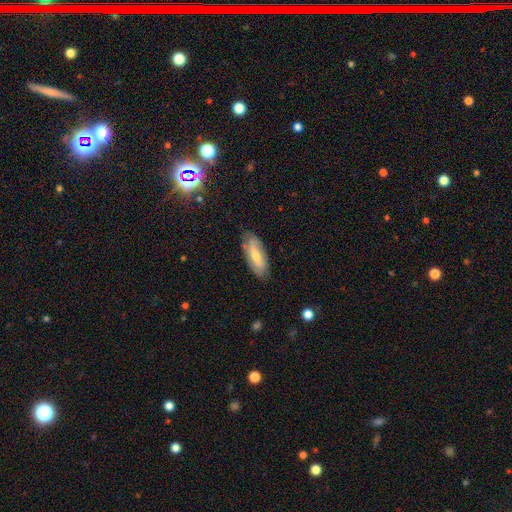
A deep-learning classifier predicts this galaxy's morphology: A smooth galaxy with no disk features (50%) that is in between round and cigar-shaped (74%). Merging: none (78%).